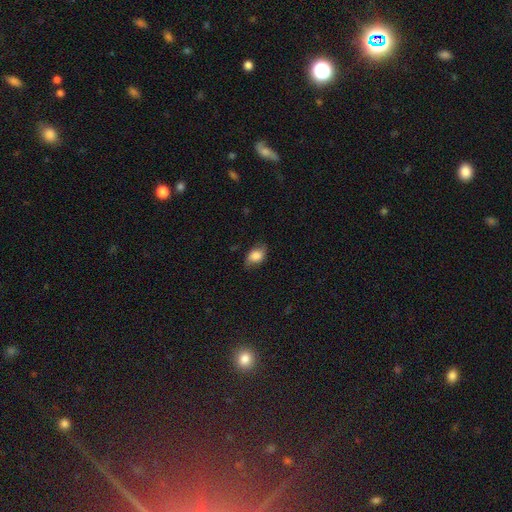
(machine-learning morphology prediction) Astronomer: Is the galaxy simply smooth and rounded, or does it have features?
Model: smooth — 79%.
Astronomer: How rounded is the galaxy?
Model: in between — 82%.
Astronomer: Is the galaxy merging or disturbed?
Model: none — 72%.